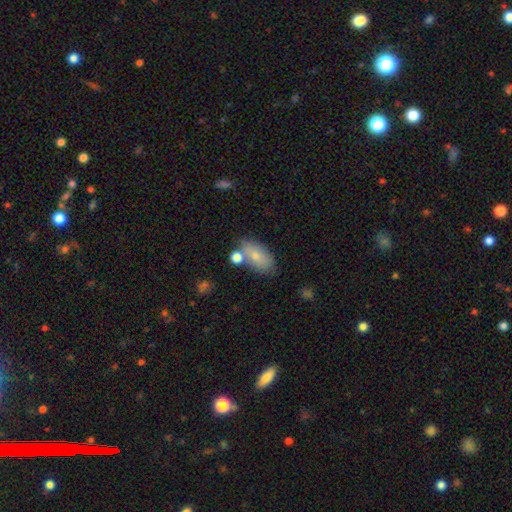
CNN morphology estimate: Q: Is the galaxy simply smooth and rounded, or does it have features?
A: smooth — 75%.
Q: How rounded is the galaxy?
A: in between — 90%.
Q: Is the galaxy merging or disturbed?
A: none — 56%.